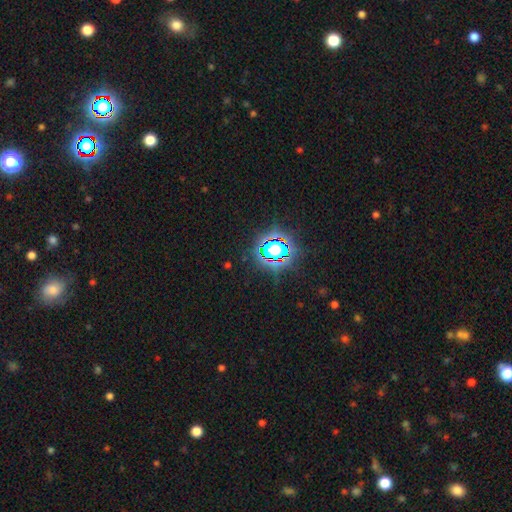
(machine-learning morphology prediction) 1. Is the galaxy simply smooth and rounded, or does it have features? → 83% star or artifact, 11% smooth, 7% featured or disk.